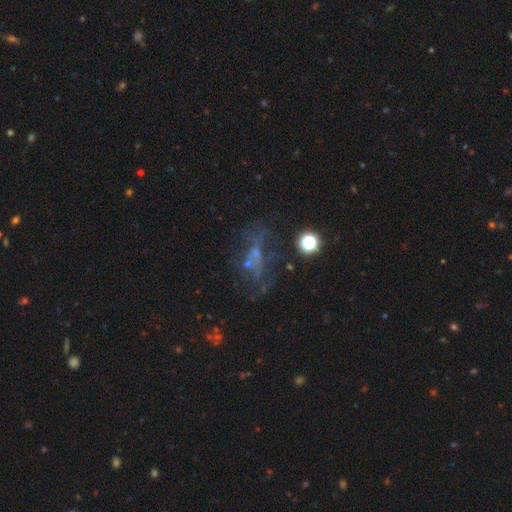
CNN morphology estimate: Overall: featured or disk (43%; star or artifact 34%). Merging: none (43%; major disturbance 28%).